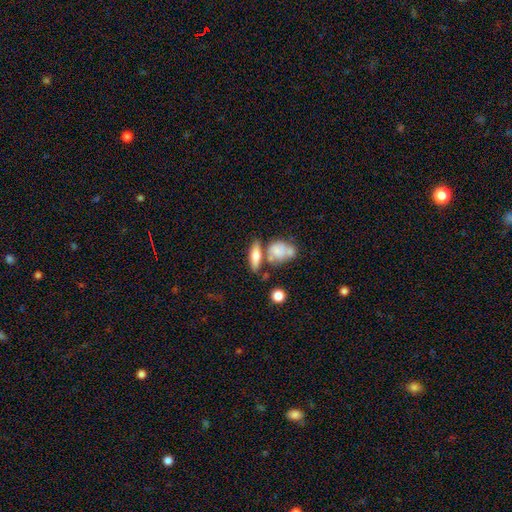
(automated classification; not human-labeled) Smooth or featured? Predicted: smooth (p=0.59). How rounded? Predicted: in between (p=0.51). Merging? Predicted: none (p=0.58).